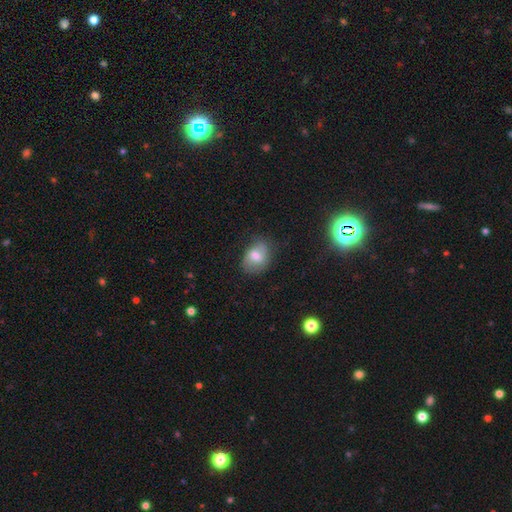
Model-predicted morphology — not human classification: Smooth or featured?
  - smooth: 68% *
  - featured or disk: 24%
  - star or artifact: 9%
How rounded?
  - in between: 69% *
  - round: 30%
  - cigar-shaped: 1%
Merging?
  - none: 66% *
  - minor disturbance: 25%
  - major disturbance: 7%
  - merger: 2%